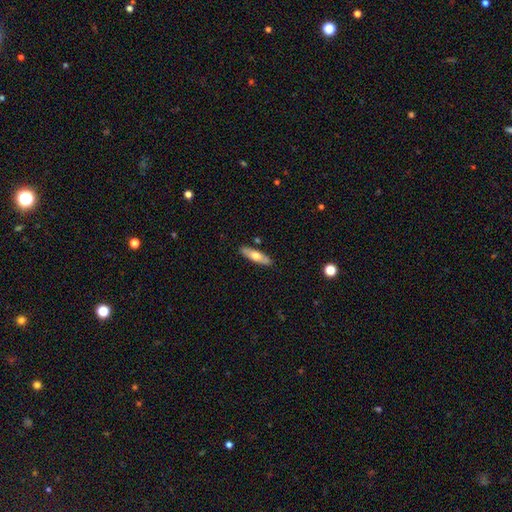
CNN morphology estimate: smooth-or-featured: smooth: 57% | featured or disk: 37% | star or artifact: 5%
  how-rounded: cigar-shaped: 60% | in between: 38% | round: 2%
  merging: none: 87% | minor disturbance: 9% | merger: 2% | major disturbance: 2%